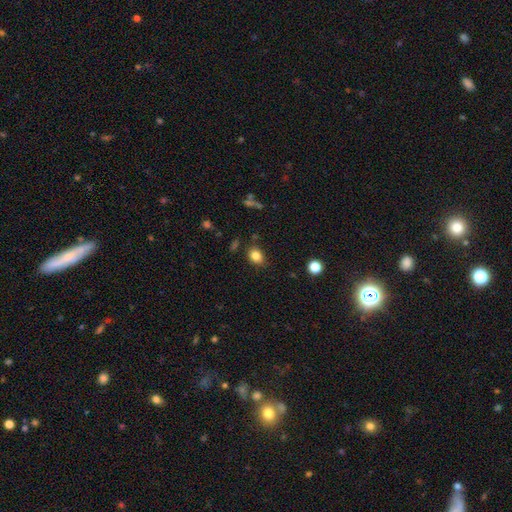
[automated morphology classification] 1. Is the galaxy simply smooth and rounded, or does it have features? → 83% smooth, 11% star or artifact, 6% featured or disk.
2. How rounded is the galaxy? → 55% in between, 44% round, 1% cigar-shaped.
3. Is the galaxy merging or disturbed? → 81% none, 14% minor disturbance, 3% major disturbance, 3% merger.